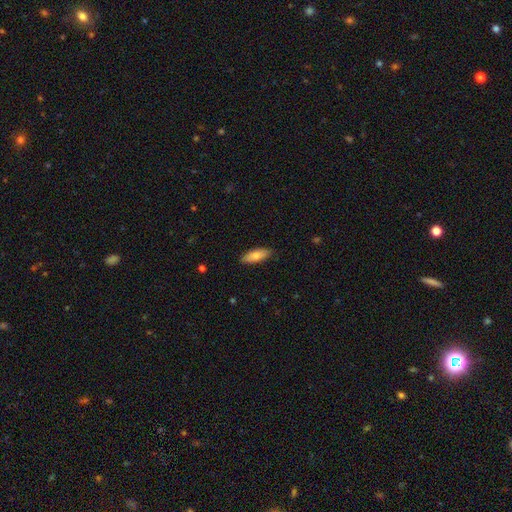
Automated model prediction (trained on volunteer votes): Smooth or featured? Predicted: smooth (p=0.77). How rounded? Predicted: in between (p=0.67). Merging? Predicted: none (p=0.86).